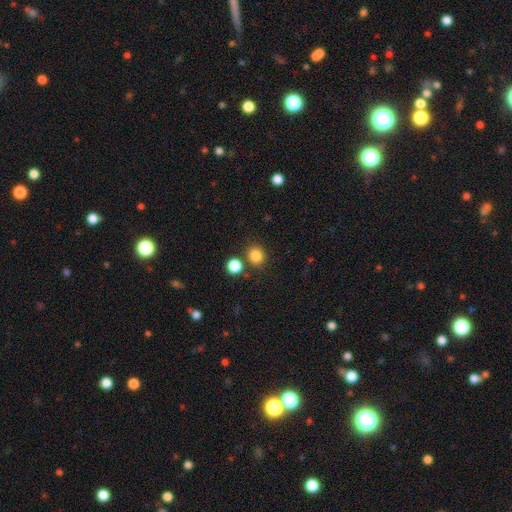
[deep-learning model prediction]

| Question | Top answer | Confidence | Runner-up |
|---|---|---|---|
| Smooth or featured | smooth | 84% | star or artifact (12%) |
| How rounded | round | 80% | in between (19%) |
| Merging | none | 80% | merger (9%) |